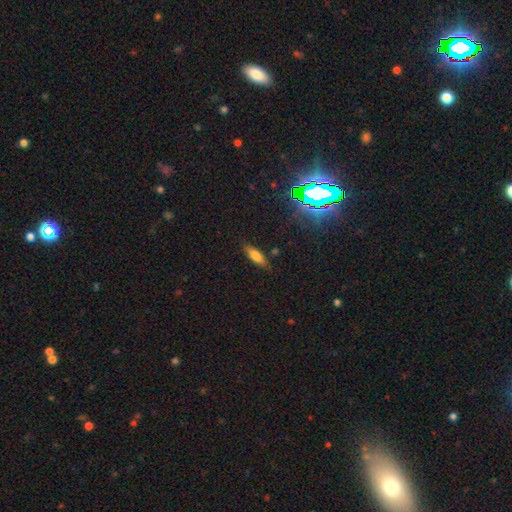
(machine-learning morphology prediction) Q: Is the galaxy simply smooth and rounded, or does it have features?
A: smooth — 63%.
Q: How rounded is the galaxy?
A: in between — 53%.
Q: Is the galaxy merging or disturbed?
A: none — 81%.